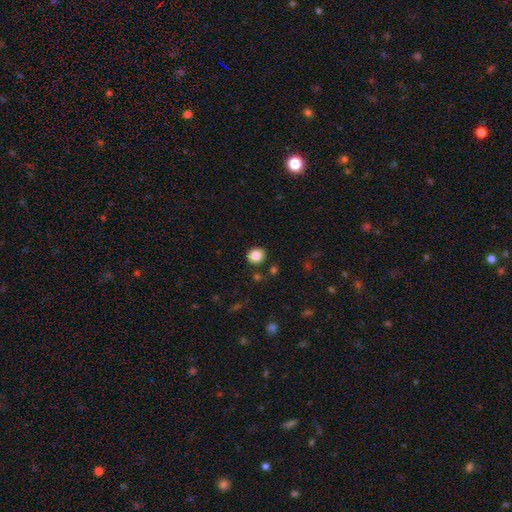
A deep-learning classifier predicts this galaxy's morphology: Smooth or featured? smooth (86%)
How rounded? round (86%)
Merging? none (89%)